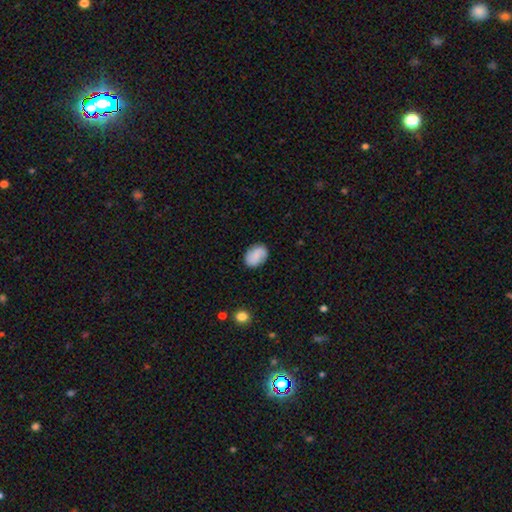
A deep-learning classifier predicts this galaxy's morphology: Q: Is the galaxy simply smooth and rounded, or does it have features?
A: smooth — 65%.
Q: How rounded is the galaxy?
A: in between — 76%.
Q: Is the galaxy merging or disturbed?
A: none — 81%.